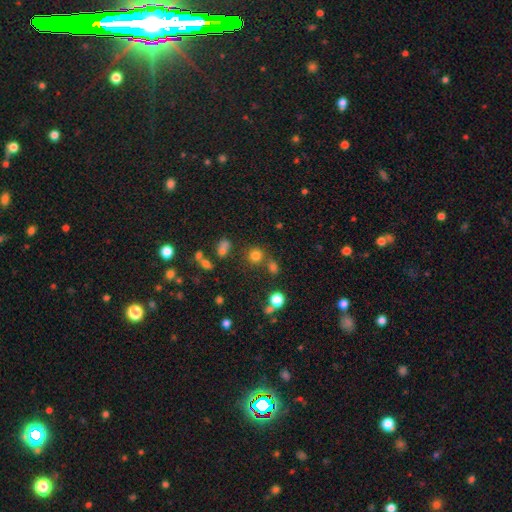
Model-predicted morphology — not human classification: smooth-or-featured: smooth: 75% | star or artifact: 18% | featured or disk: 7%
  how-rounded: round: 89% | in between: 10% | cigar-shaped: 1%
  merging: none: 72% | merger: 15% | minor disturbance: 9% | major disturbance: 4%